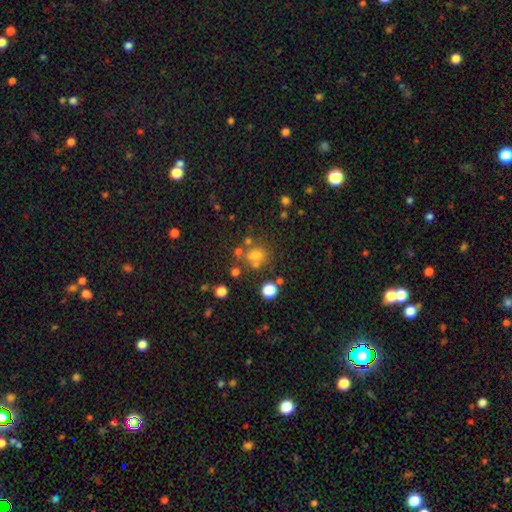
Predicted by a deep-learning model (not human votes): Smooth or featured? Predicted: smooth (p=0.66). How rounded? Predicted: round (p=0.79). Merging? Predicted: none (p=0.62).